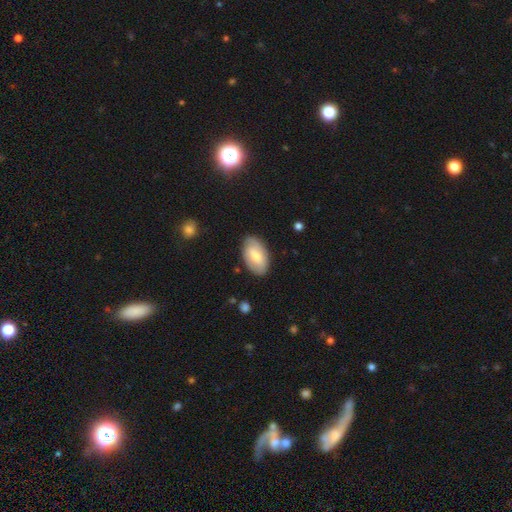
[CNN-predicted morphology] This is likely a smooth galaxy (64%). How rounded: clearly in between (94%). Merging: clearly none (82%).